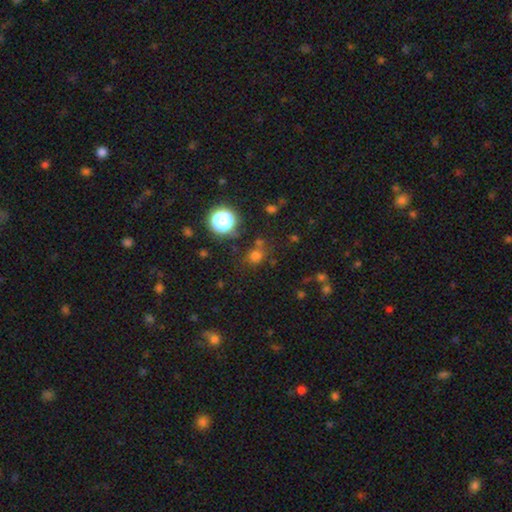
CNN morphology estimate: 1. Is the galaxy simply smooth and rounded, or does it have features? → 68% smooth, 25% star or artifact, 7% featured or disk.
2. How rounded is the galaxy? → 81% round, 18% in between, 1% cigar-shaped.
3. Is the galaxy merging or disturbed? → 70% none, 13% minor disturbance, 12% merger, 5% major disturbance.